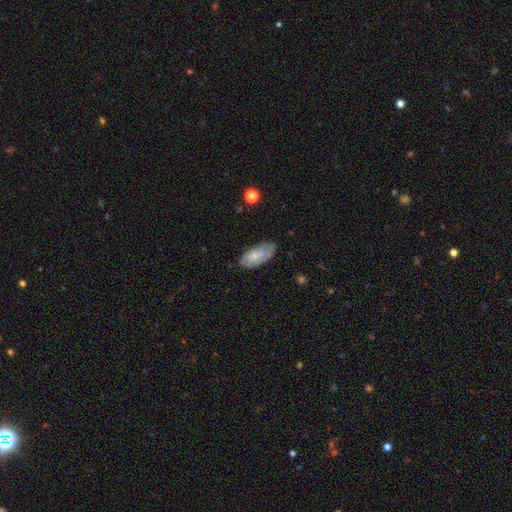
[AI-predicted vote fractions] Morphology: type=smooth (62%); roundness=in between (90%); merging=none (70%).